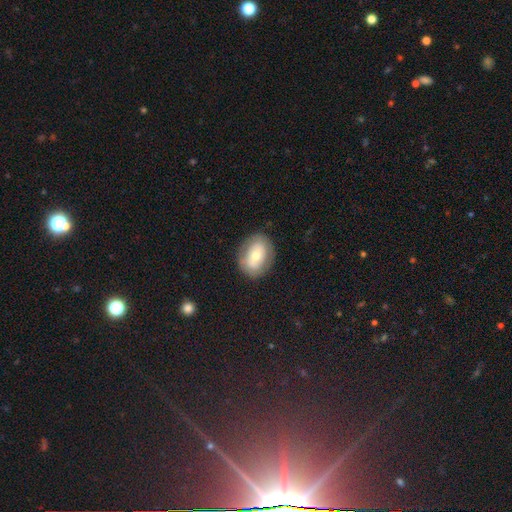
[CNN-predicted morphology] smooth_or_featured: smooth (p=0.59) [alt: featured or disk p=0.34]
how_rounded: in between (p=0.68) [alt: round p=0.31]
merging: none (p=0.81) [alt: minor disturbance p=0.13]